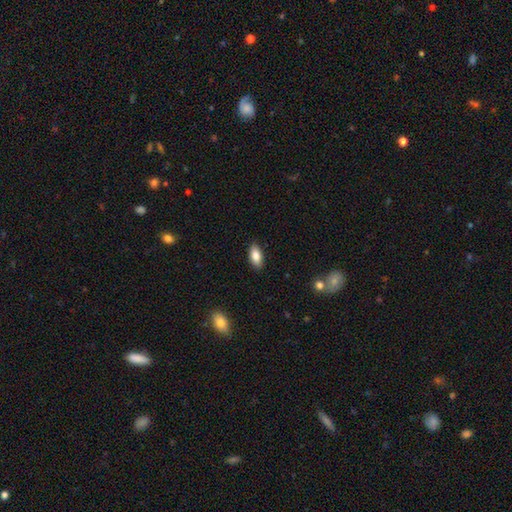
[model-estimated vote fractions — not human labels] Q: Smooth or featured?
A: smooth (83%); runner-up: featured or disk (9%)
Q: How rounded?
A: in between (89%); runner-up: cigar-shaped (8%)
Q: Merging?
A: none (89%); runner-up: minor disturbance (8%)